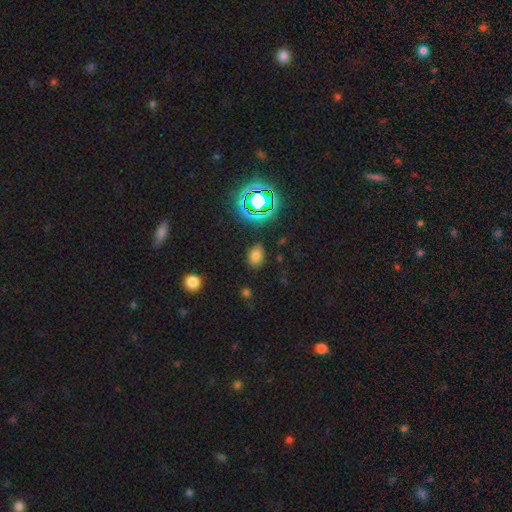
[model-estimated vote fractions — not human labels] Smooth or featured? Predicted: smooth (p=0.70). How rounded? Predicted: in between (p=0.76). Merging? Predicted: none (p=0.84).